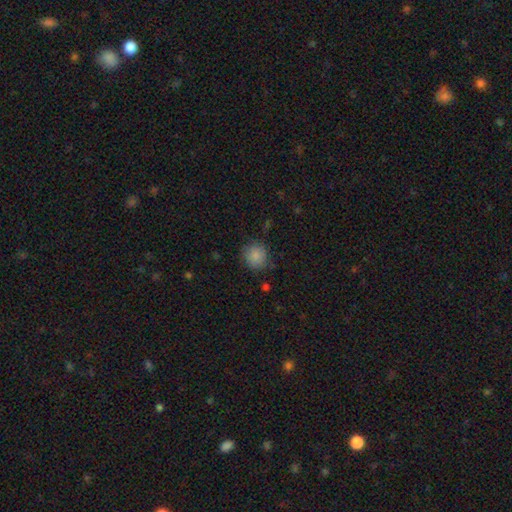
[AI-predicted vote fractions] A smooth galaxy with no disk features (86%) that is round (88%).

Vote fractions:
- Smooth or featured? smooth: 86% / star or artifact: 9% / featured or disk: 5%
- How rounded? round: 88% / in between: 11% / cigar-shaped: 1%
- Merging? none: 82% / minor disturbance: 13% / major disturbance: 4% / merger: 1%